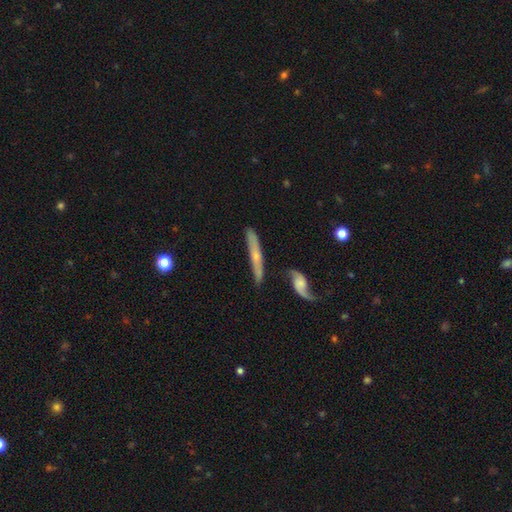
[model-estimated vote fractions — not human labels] A featured or disk galaxy (59%) viewed edge-on (76%).

Vote fractions:
- Smooth or featured? featured or disk: 59% / smooth: 34% / star or artifact: 8%
- Edge-on disk? yes: 76% / no: 24%
- Merging? none: 69% / minor disturbance: 18% / merger: 7% / major disturbance: 6%